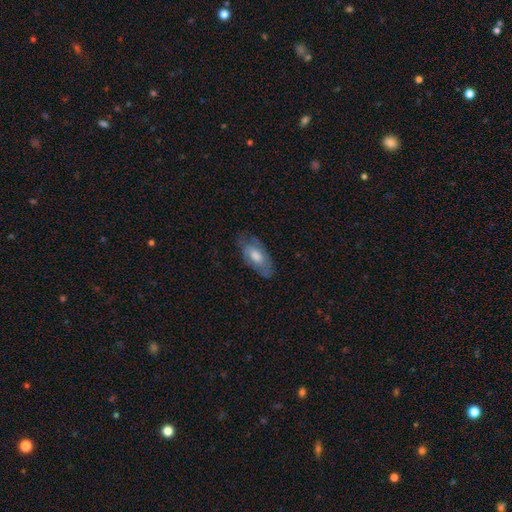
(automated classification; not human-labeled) A smooth galaxy with no disk features (48%). Merging: none (66%).